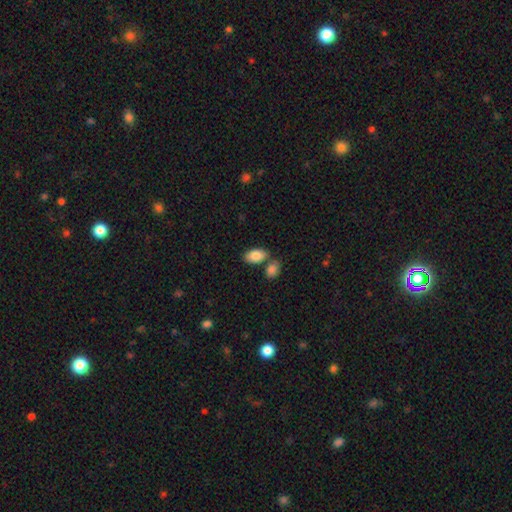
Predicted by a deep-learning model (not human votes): A smooth galaxy with no disk features (86%) that is in between round and cigar-shaped (93%). Merging: none (64%).